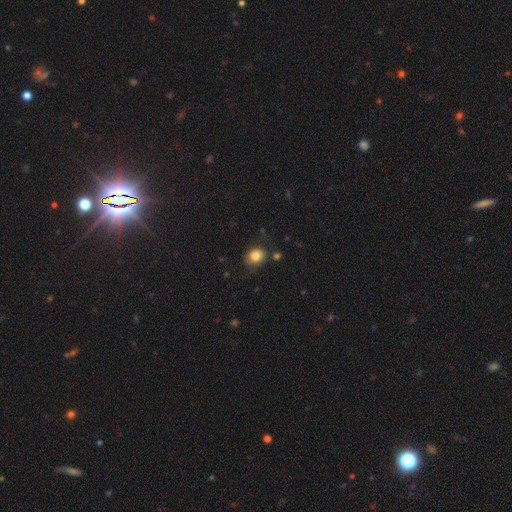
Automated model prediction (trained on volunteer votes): smooth-or-featured: smooth: 84% | star or artifact: 10% | featured or disk: 6%
  how-rounded: round: 59% | in between: 40% | cigar-shaped: 1%
  merging: none: 76% | minor disturbance: 17% | major disturbance: 4% | merger: 3%